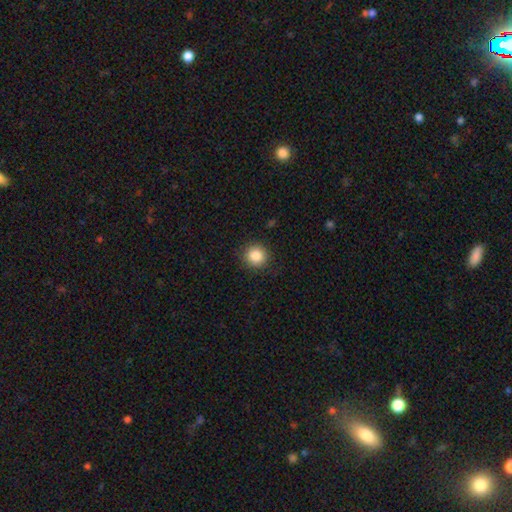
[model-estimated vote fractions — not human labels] A smooth galaxy with no disk features (86%) that is round (91%).

Vote fractions:
- Smooth or featured? smooth: 86% / star or artifact: 10% / featured or disk: 5%
- How rounded? round: 91% / in between: 8% / cigar-shaped: 1%
- Merging? none: 89% / minor disturbance: 8% / major disturbance: 2% / merger: 1%